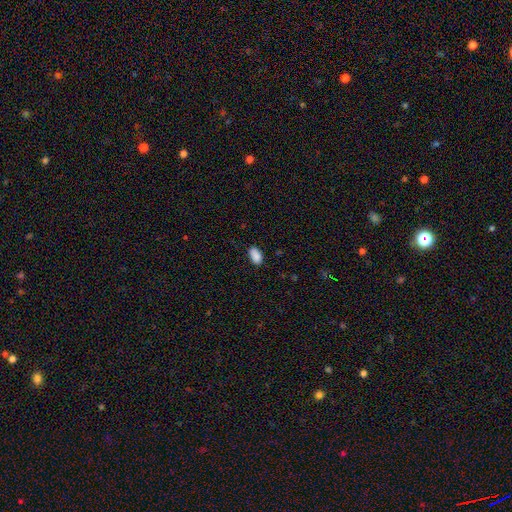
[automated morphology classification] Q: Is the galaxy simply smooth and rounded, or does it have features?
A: smooth — 88%.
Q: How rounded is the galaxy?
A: in between — 93%.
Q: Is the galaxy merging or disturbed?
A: none — 80%.